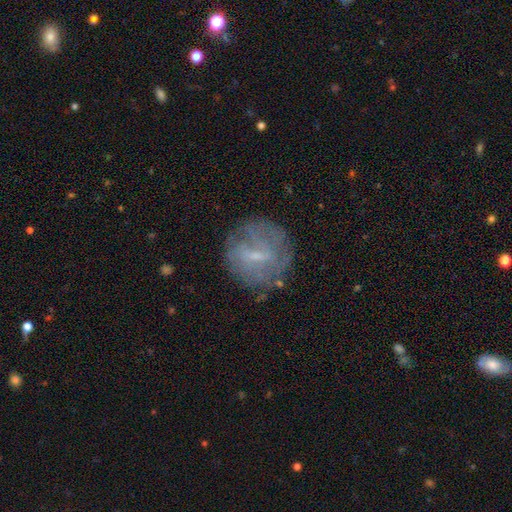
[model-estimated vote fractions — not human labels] Smooth or featured? featured or disk (55%)
Edge-on disk? no (94%)
Bar? weak (53%)
Spiral arms? no (55%)
Bulge size? small (62%)
Merging? none (73%)